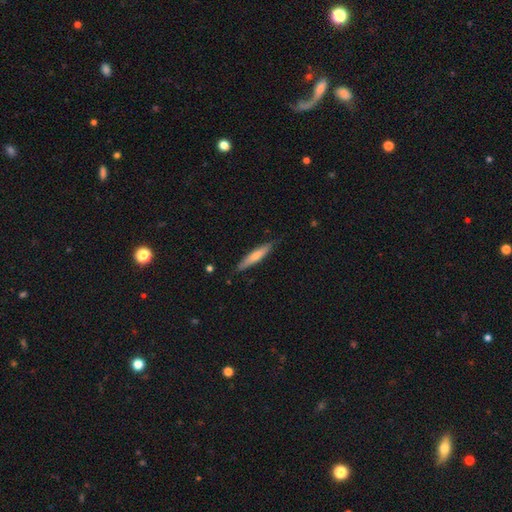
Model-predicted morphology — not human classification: Smooth or featured? Predicted: smooth (p=0.64). How rounded? Predicted: cigar-shaped (p=0.87). Merging? Predicted: none (p=0.82).